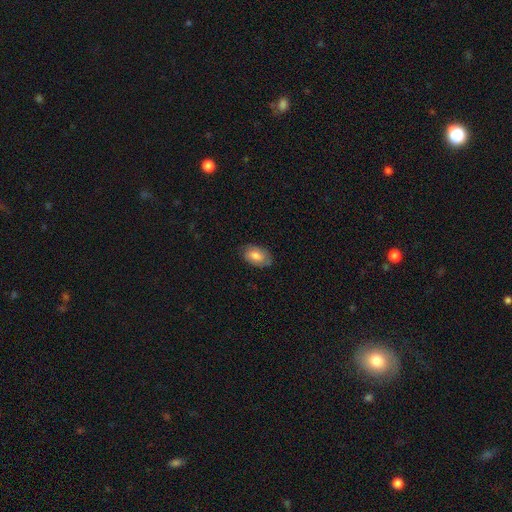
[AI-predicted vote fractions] This appears to be a smooth galaxy with no disk features (69%) that is in between round and cigar-shaped (92%). Merging: none (78%).